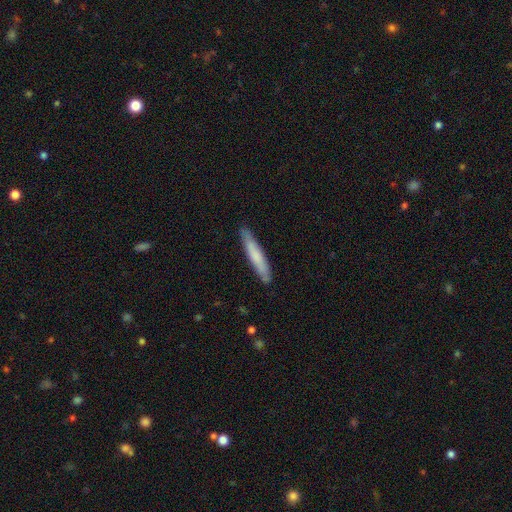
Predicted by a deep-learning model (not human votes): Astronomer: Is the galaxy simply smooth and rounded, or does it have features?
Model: smooth — 66%.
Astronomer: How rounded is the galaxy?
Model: cigar-shaped — 92%.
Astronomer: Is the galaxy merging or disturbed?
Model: none — 85%.